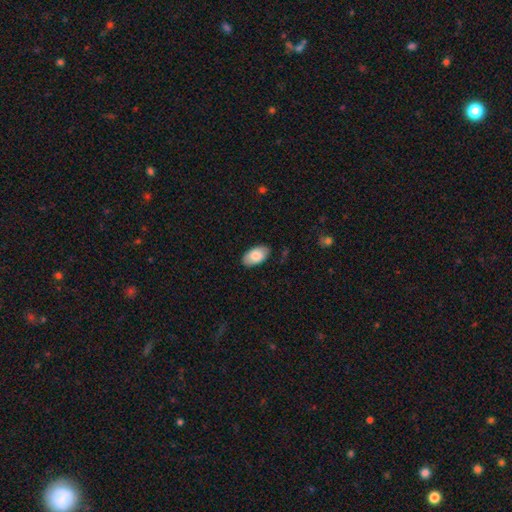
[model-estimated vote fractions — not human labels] Q: Smooth or featured?
A: smooth (83%); runner-up: featured or disk (11%)
Q: How rounded?
A: in between (95%); runner-up: round (3%)
Q: Merging?
A: none (84%); runner-up: minor disturbance (13%)